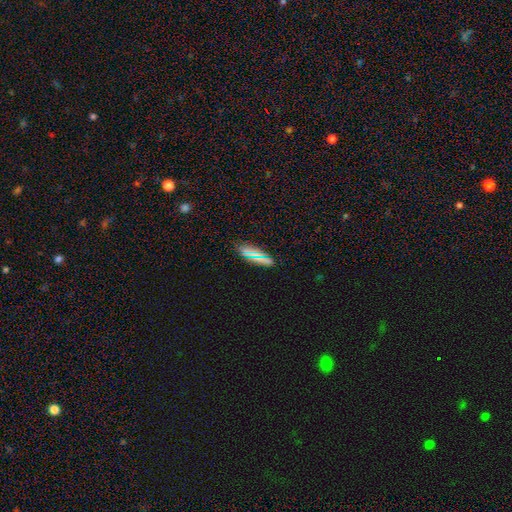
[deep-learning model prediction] Smooth or featured?
  - smooth: 70% *
  - star or artifact: 18%
  - featured or disk: 12%
How rounded?
  - in between: 64% *
  - cigar-shaped: 31%
  - round: 6%
Merging?
  - none: 84% *
  - minor disturbance: 11%
  - major disturbance: 3%
  - merger: 2%